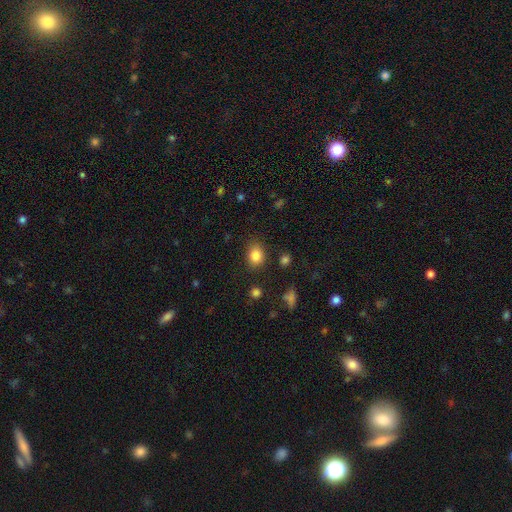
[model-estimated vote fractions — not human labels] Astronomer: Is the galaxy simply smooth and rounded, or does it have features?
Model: smooth — 84%.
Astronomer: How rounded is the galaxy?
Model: in between — 54% (runner-up: round, 45%).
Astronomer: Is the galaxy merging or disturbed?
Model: none — 82%.